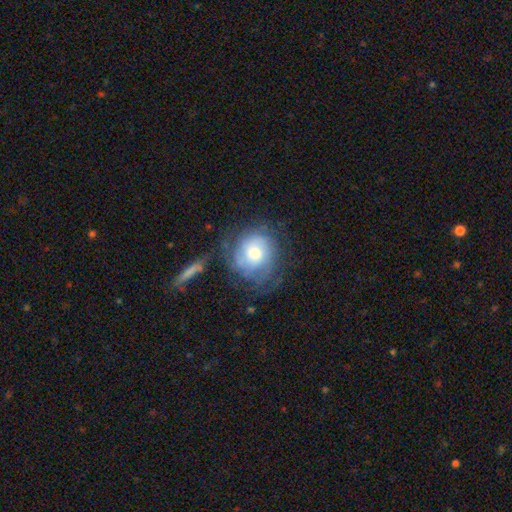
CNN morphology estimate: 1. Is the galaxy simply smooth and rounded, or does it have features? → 52% featured or disk, 40% smooth, 8% star or artifact.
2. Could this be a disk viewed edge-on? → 97% no, 3% yes.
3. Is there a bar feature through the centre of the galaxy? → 76% no, 20% weak, 4% strong.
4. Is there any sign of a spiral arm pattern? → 77% yes, 23% no.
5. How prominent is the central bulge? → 41% moderate, 37% large, 14% small, 5% dominant, 3% none.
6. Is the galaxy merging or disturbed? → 56% none, 22% minor disturbance, 18% major disturbance, 4% merger.